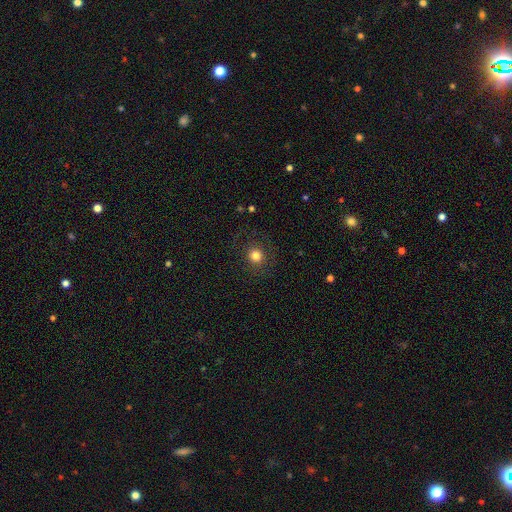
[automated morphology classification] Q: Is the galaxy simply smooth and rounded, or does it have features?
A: smooth — 80%.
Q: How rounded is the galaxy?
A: round — 92%.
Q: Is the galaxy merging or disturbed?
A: none — 86%.